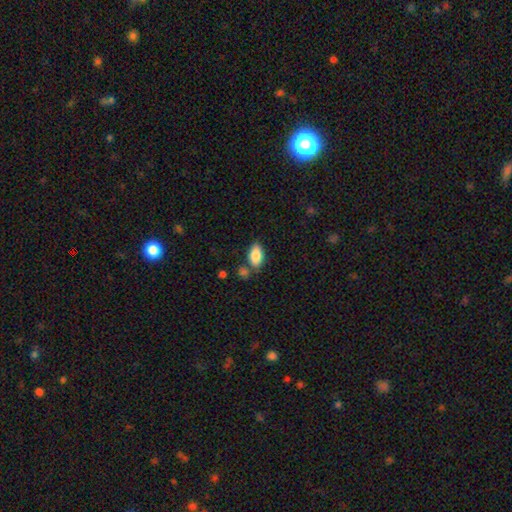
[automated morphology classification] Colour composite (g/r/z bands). It shows a smooth galaxy with no disk features (85%) that is in between round and cigar-shaped (92%). Merging: none (72%).